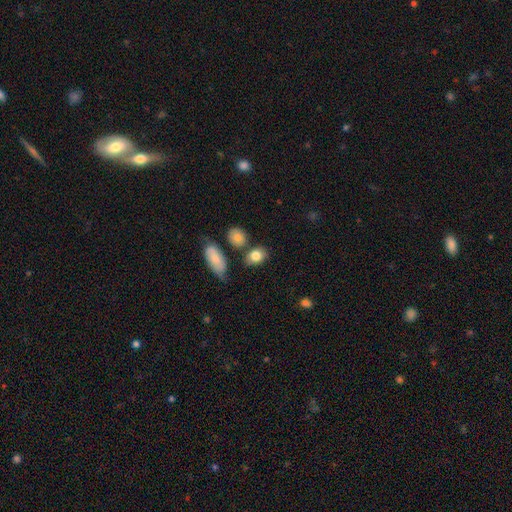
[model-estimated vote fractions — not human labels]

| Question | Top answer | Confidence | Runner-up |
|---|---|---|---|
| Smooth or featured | smooth | 83% | featured or disk (10%) |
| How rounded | in between | 74% | round (24%) |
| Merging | none | 69% | minor disturbance (16%) |